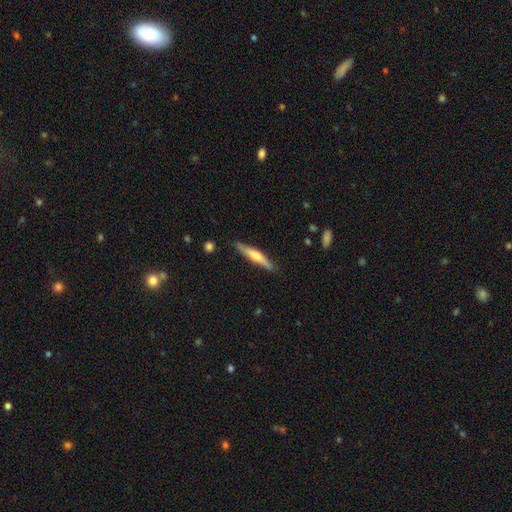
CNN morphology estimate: This is possibly a featured or disk galaxy (50%). Merging: clearly none (85%).